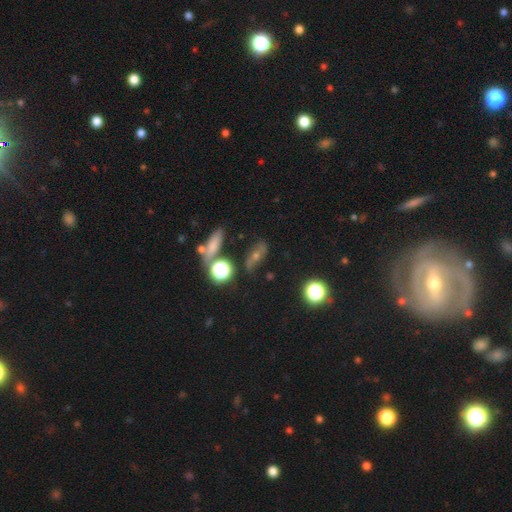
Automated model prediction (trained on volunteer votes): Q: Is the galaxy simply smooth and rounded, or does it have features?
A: featured or disk — 38%.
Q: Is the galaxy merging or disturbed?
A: none — 69%.